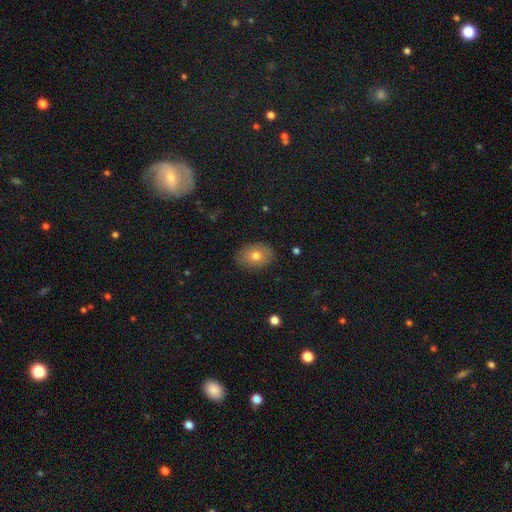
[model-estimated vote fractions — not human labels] smooth_or_featured: smooth (p=0.72) [alt: featured or disk p=0.19]
how_rounded: in between (p=0.78) [alt: round p=0.21]
merging: none (p=0.85) [alt: minor disturbance p=0.11]